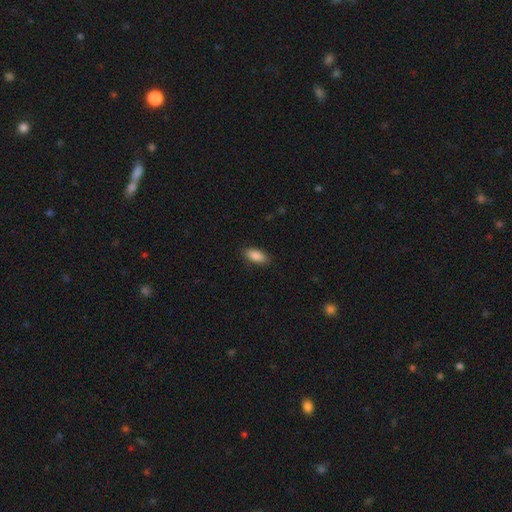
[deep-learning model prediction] Smooth or featured? smooth (88%)
How rounded? in between (88%)
Merging? none (88%)